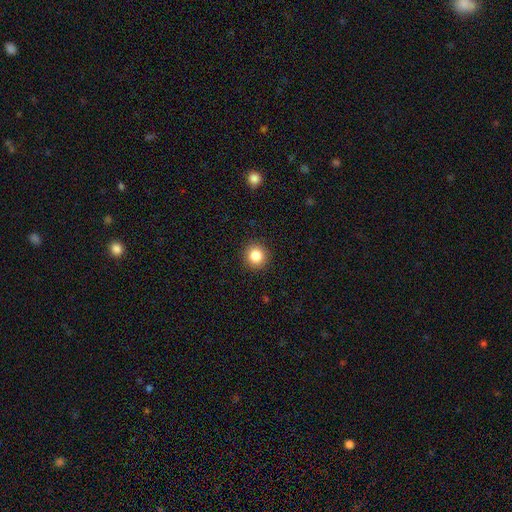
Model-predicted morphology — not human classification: smooth-or-featured: smooth: 86% | star or artifact: 10% | featured or disk: 5%
  how-rounded: round: 92% | in between: 7% | cigar-shaped: 1%
  merging: none: 92% | minor disturbance: 6% | major disturbance: 2% | merger: 1%